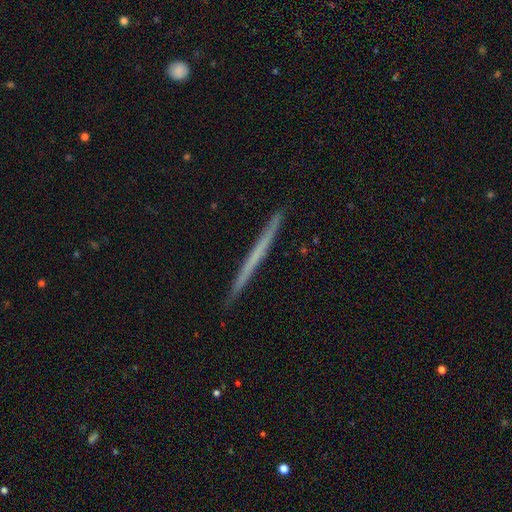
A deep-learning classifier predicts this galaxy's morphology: A featured or disk galaxy (51%) viewed edge-on (98%) with no central bulge (93%). Merging: none (92%).